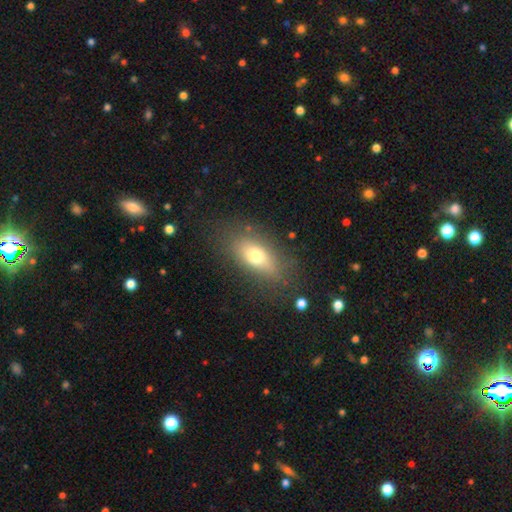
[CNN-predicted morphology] type=smooth (70%); roundness=in between (81%); merging=none (77%).